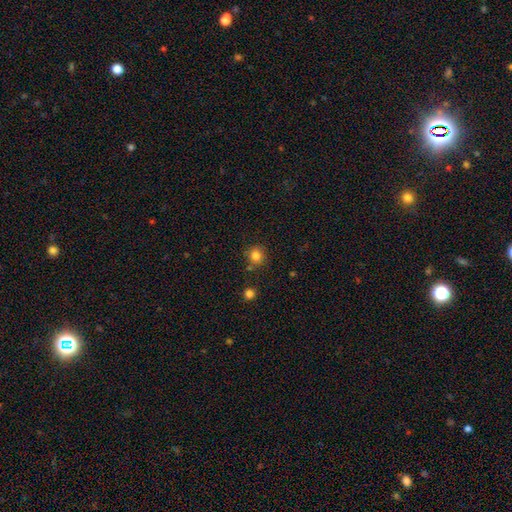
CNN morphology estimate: Q: Smooth or featured?
A: smooth (83%); runner-up: star or artifact (12%)
Q: How rounded?
A: round (89%); runner-up: in between (10%)
Q: Merging?
A: none (81%); runner-up: minor disturbance (10%)